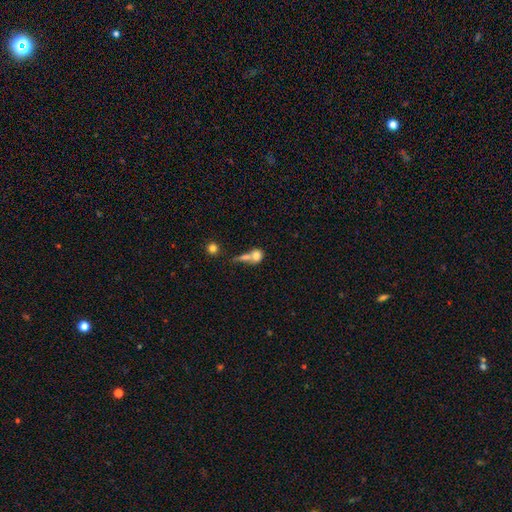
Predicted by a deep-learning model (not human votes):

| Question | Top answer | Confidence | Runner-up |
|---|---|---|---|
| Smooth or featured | smooth | 73% | featured or disk (17%) |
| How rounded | round | 64% | in between (31%) |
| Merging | merger | 56% | none (26%) |